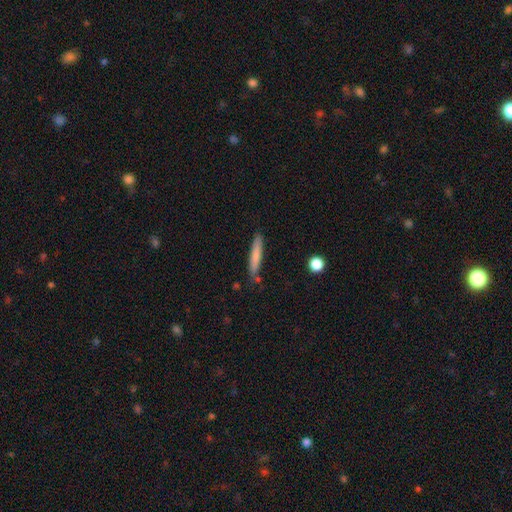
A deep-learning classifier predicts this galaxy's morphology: Smooth or featured? Predicted: smooth (p=0.75). How rounded? Predicted: cigar-shaped (p=0.93). Merging? Predicted: none (p=0.83).